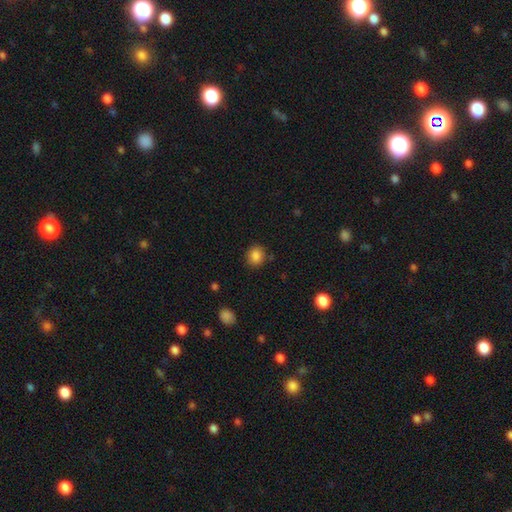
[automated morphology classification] Smooth or featured? Predicted: smooth (p=0.86). How rounded? Predicted: round (p=0.76). Merging? Predicted: none (p=0.86).